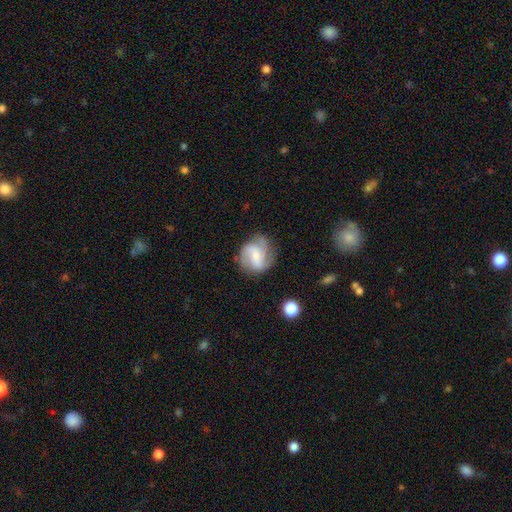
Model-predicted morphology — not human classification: A featured or disk galaxy (75%) with a weak bar (43%), 3 (53%) medium (48%) spiral arms (95%) and a small central bulge (54%).

Vote fractions:
- Smooth or featured? featured or disk: 75% / smooth: 18% / star or artifact: 7%
- Edge-on disk? no: 98% / yes: 2%
- Bar? weak: 43% / no: 42% / strong: 15%
- Spiral arms? yes: 95% / no: 5%
- Spiral winding? medium: 48% / loose: 27% / tight: 25%
- Spiral arm count? 3: 53% / 2: 19% / can't tell: 11% / 4: 9% / 1: 4% / more than 4: 3%
- Bulge size? small: 54% / moderate: 29% / none: 11% / large: 4% / dominant: 1%
- Merging? none: 72% / minor disturbance: 18% / major disturbance: 9% / merger: 2%